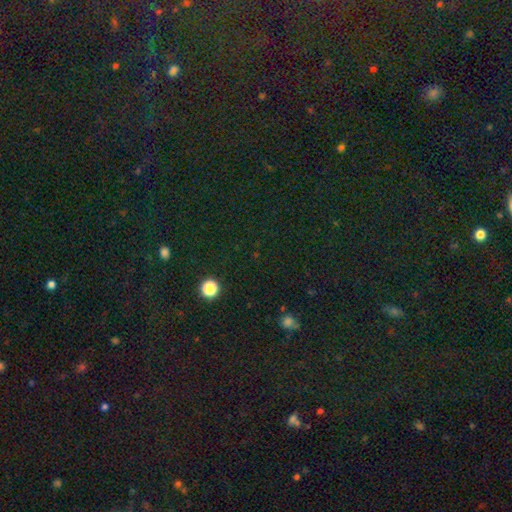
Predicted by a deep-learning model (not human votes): The model was most divided on "smooth or featured": star or artifact: 76%, smooth: 16%, featured or disk: 7%.